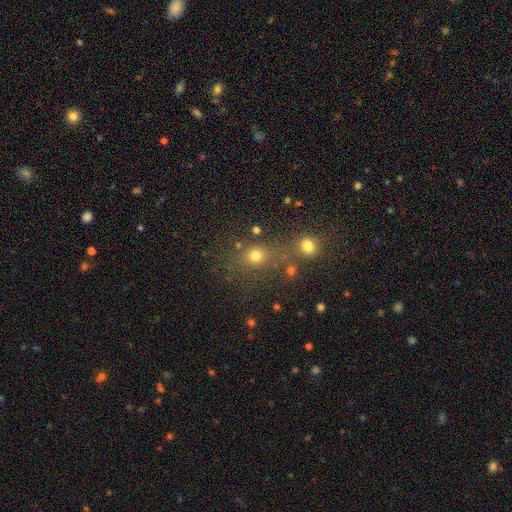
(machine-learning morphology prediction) smooth 69%, star or artifact 22%, featured or disk 8%. Down the decision tree: how rounded — round (81%); merging — none (62%).